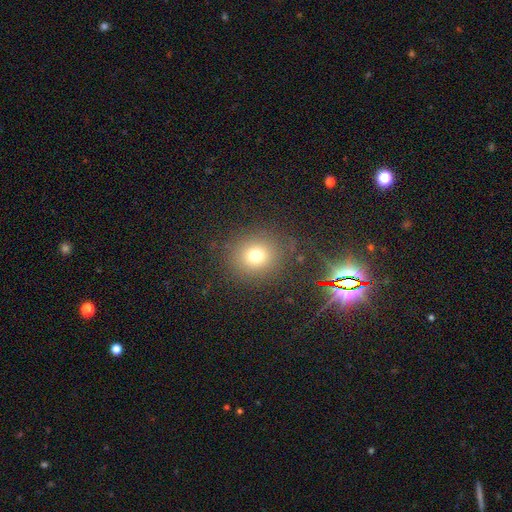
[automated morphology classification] Q: Smooth or featured?
A: smooth (72%); runner-up: star or artifact (18%)
Q: How rounded?
A: round (87%); runner-up: in between (12%)
Q: Merging?
A: none (84%); runner-up: minor disturbance (9%)